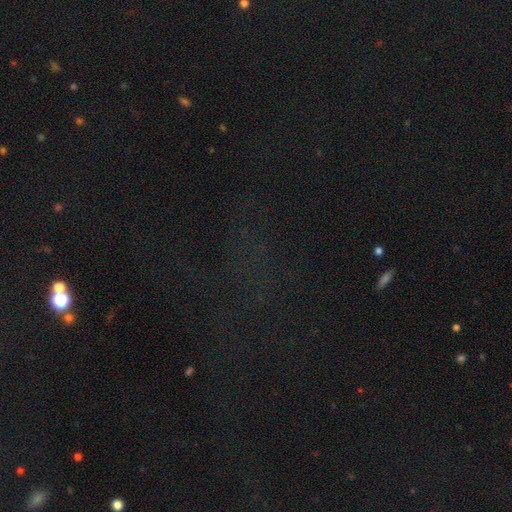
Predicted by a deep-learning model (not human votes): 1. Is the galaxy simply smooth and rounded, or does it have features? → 72% star or artifact, 18% smooth, 10% featured or disk.